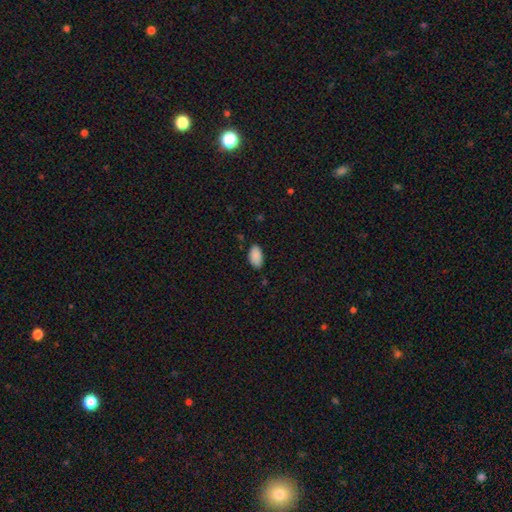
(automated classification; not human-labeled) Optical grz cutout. It shows a smooth galaxy with no disk features (89%) that is in between round and cigar-shaped (94%). Merging: none (81%).